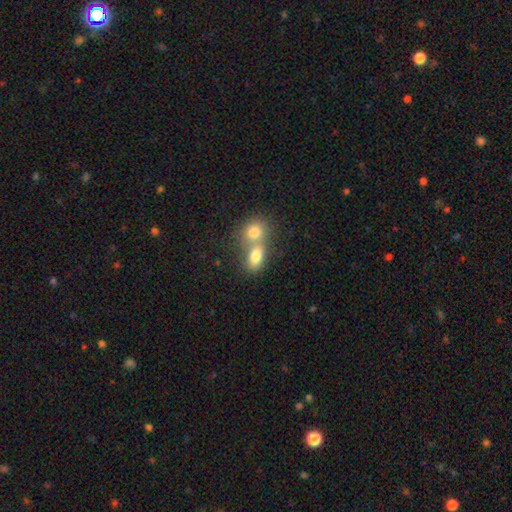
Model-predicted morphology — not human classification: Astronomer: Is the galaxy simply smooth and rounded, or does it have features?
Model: smooth — 79%.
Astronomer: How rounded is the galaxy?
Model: in between — 73%.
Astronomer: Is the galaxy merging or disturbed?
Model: merger — 62%.